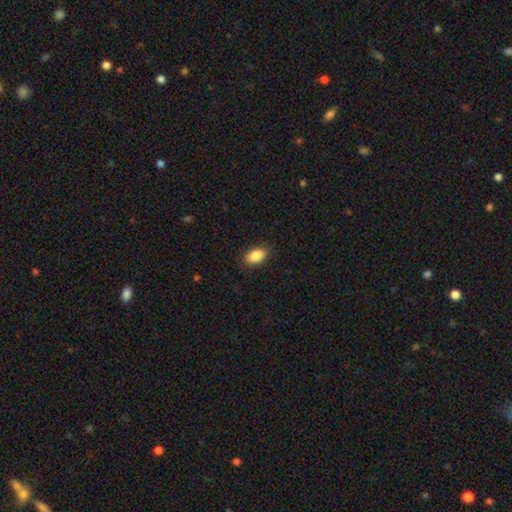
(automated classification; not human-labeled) A smooth galaxy with no disk features (88%) that is in between round and cigar-shaped (89%). Merging: none (88%).